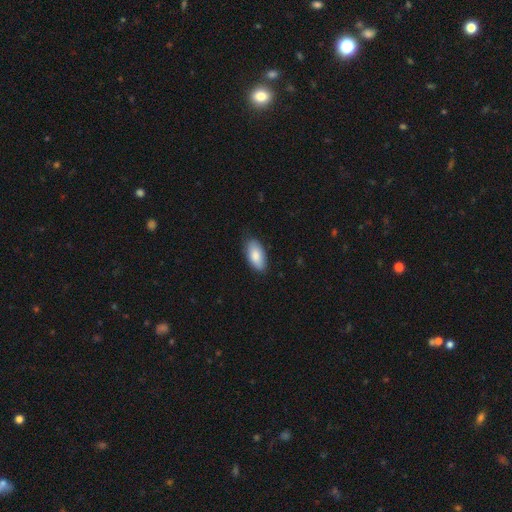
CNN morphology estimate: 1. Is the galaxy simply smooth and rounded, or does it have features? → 85% smooth, 9% featured or disk, 6% star or artifact.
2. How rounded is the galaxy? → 92% in between, 5% cigar-shaped, 2% round.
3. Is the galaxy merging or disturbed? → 83% none, 13% minor disturbance, 2% major disturbance, 1% merger.